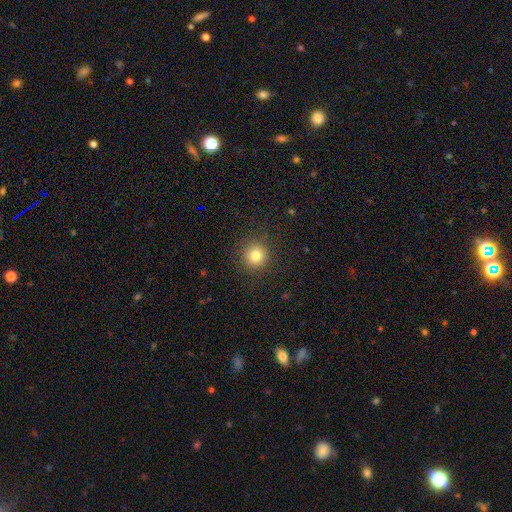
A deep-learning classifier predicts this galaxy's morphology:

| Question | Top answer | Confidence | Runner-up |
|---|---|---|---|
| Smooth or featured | smooth | 80% | star or artifact (13%) |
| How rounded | round | 94% | in between (5%) |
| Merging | none | 90% | minor disturbance (6%) |